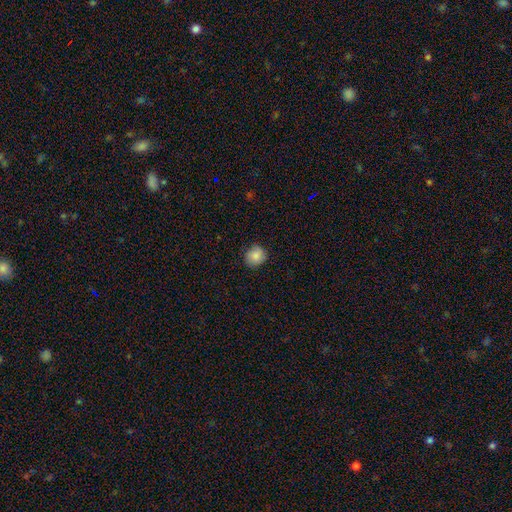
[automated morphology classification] smooth_or_featured: smooth (p=0.85) [alt: star or artifact p=0.08]
how_rounded: round (p=0.84) [alt: in between p=0.15]
merging: none (p=0.82) [alt: minor disturbance p=0.15]